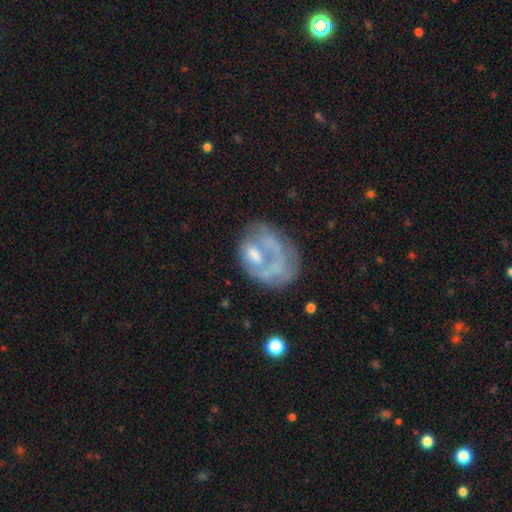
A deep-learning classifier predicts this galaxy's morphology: This is likely a featured or disk galaxy (61%). It is clearly not viewed edge-on (98%). Bar: likely no (79%). Spiral arm pattern: likely no (70%). Central bulge: marginally none (44%). Merging: marginally none (36%).